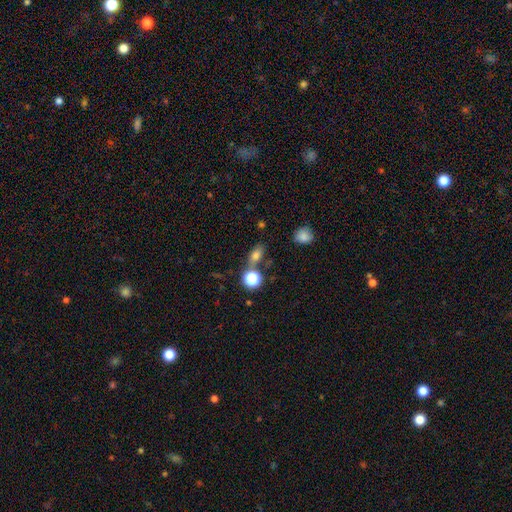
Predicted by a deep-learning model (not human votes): This appears to be a smooth galaxy with no disk features (72%) that is in between round and cigar-shaped (72%). Merging: none (60%).